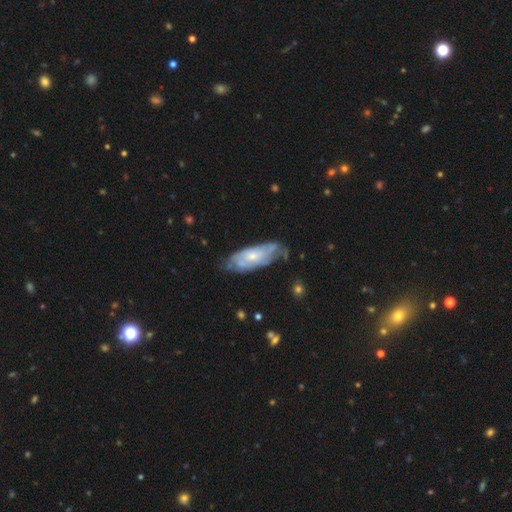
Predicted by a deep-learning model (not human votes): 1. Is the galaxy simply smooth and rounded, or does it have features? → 63% featured or disk, 27% smooth, 9% star or artifact.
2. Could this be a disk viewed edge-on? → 79% no, 21% yes.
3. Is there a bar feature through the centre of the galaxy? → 73% no, 22% weak, 4% strong.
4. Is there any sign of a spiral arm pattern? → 76% yes, 24% no.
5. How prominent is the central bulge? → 55% small, 38% moderate, 4% none, 2% large, 1% dominant.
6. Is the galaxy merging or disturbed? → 71% none, 21% minor disturbance, 6% major disturbance, 2% merger.